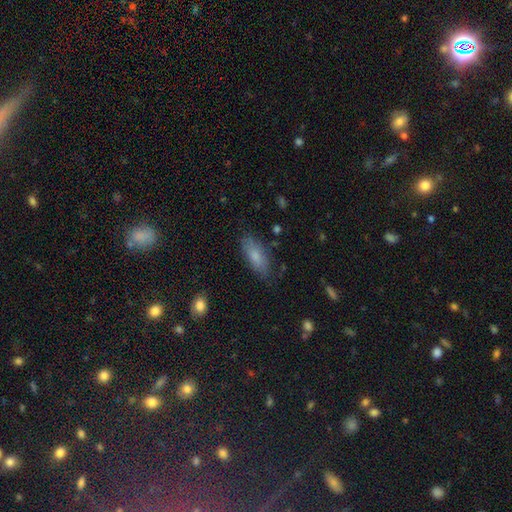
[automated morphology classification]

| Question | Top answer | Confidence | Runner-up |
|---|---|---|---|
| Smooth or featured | smooth | 76% | featured or disk (16%) |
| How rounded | in between | 73% | cigar-shaped (24%) |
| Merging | none | 78% | minor disturbance (17%) |